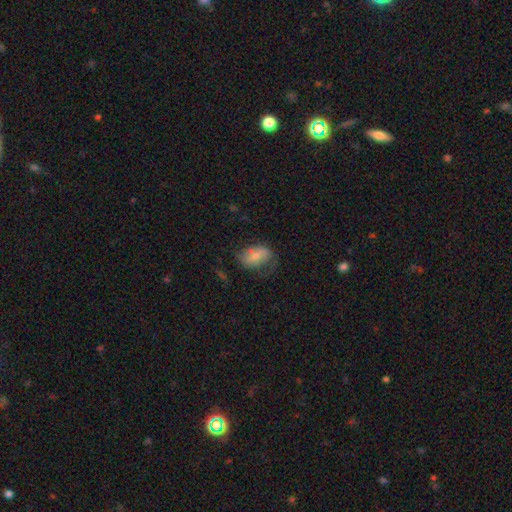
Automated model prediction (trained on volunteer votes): smooth_or_featured: smooth (p=0.56) [alt: featured or disk p=0.36]
how_rounded: in between (p=0.83) [alt: round p=0.15]
merging: none (p=0.48) [alt: minor disturbance p=0.30]